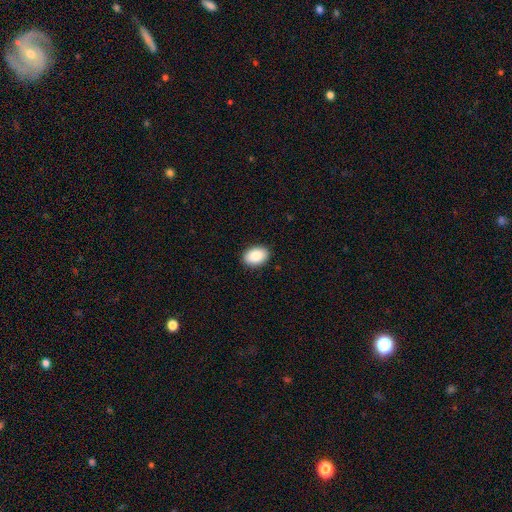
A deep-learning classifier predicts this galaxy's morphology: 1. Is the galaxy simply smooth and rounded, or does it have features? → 88% smooth, 7% star or artifact, 5% featured or disk.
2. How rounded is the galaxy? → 86% in between, 13% round, 1% cigar-shaped.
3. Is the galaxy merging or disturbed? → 90% none, 8% minor disturbance, 2% major disturbance, 1% merger.